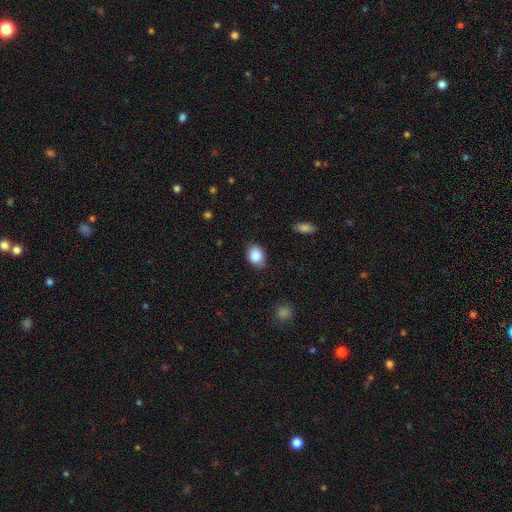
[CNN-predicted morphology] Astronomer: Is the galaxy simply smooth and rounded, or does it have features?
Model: smooth — 88%.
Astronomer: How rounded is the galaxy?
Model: in between — 63%.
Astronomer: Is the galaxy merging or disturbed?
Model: none — 83%.